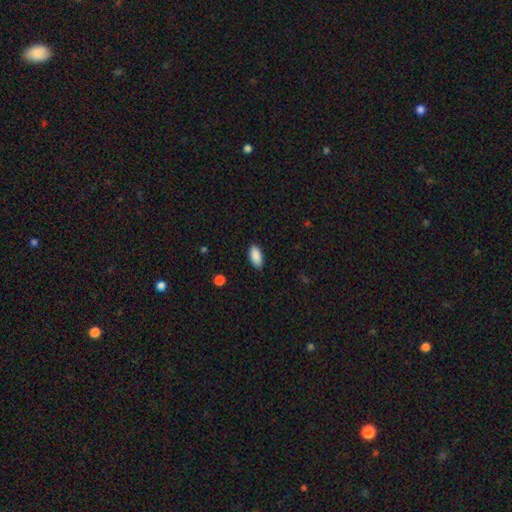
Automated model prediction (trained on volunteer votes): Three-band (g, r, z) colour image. It shows a smooth galaxy with no disk features (90%) that is in between round and cigar-shaped (92%). Merging: none (87%).